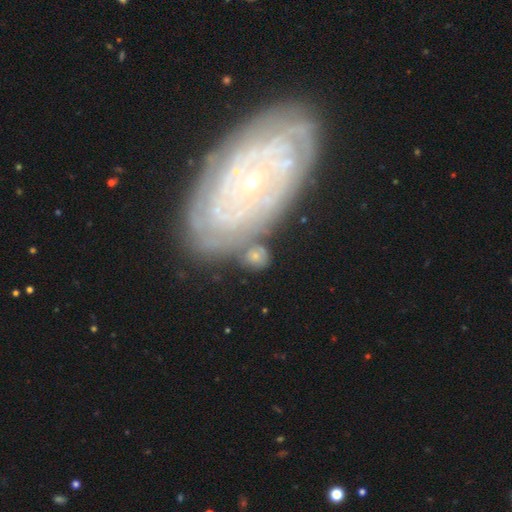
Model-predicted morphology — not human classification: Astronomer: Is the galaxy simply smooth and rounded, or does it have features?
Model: smooth — 54% (runner-up: featured or disk, 31%).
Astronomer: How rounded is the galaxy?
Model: round — 75%.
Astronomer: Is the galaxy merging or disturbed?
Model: none — 65%.